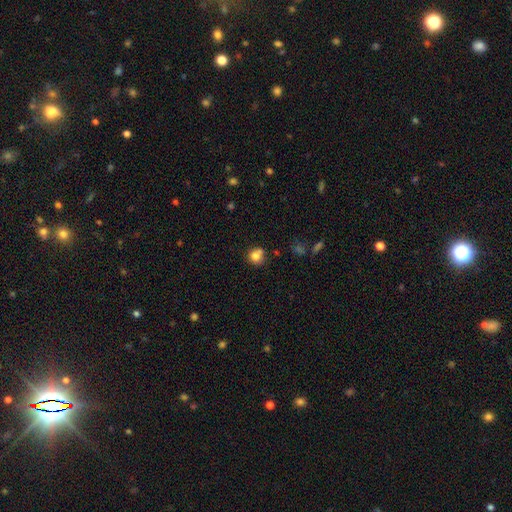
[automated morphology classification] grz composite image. It shows a smooth galaxy with no disk features (79%) that is round (84%). Merging: none (59%).